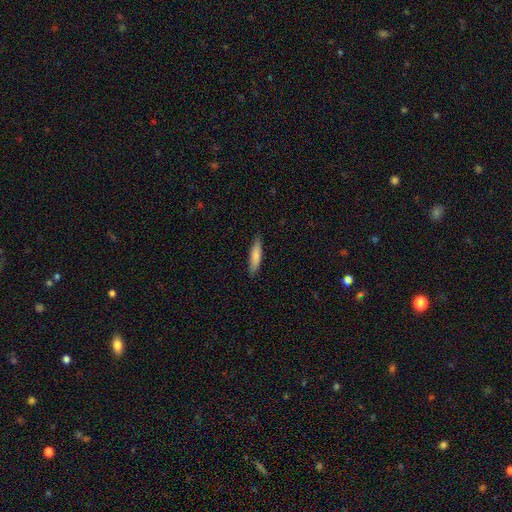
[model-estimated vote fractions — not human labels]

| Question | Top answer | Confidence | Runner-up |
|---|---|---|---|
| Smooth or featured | smooth | 81% | featured or disk (13%) |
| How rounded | cigar-shaped | 79% | in between (20%) |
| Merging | none | 87% | minor disturbance (10%) |